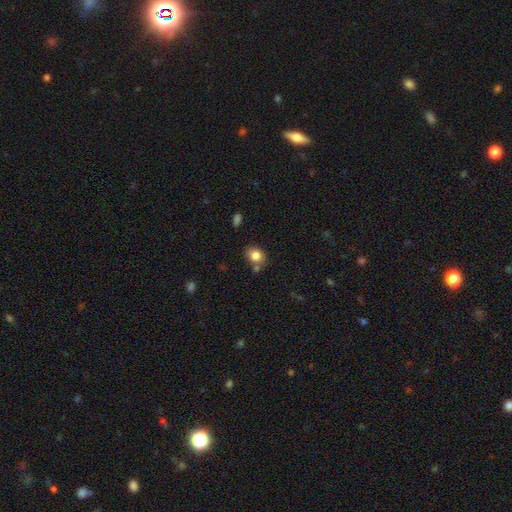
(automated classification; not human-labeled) smooth-or-featured: smooth: 82% | star or artifact: 10% | featured or disk: 8%
  how-rounded: round: 60% | in between: 39% | cigar-shaped: 1%
  merging: none: 69% | minor disturbance: 14% | merger: 13% | major disturbance: 4%